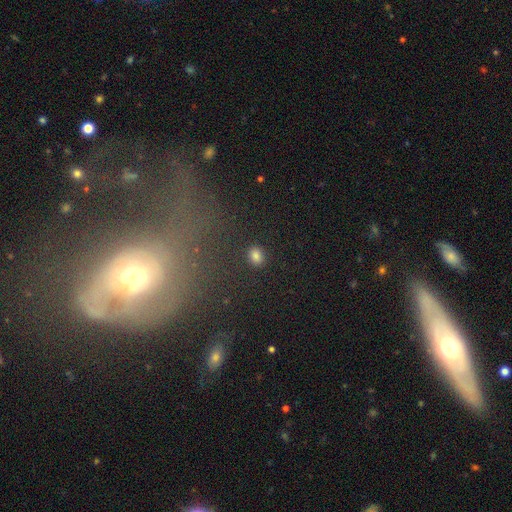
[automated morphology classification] This appears to be a smooth galaxy with no disk features (82%) that is round (50%). Merging: none (89%).